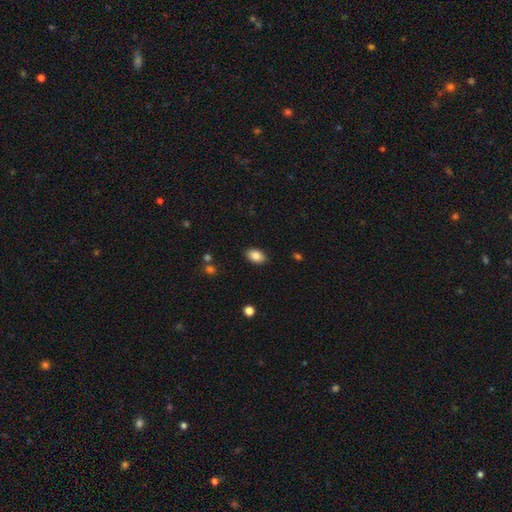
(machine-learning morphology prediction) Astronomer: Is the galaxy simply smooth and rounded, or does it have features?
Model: smooth — 86%.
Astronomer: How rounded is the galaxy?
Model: in between — 89%.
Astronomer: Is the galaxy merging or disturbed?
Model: none — 87%.